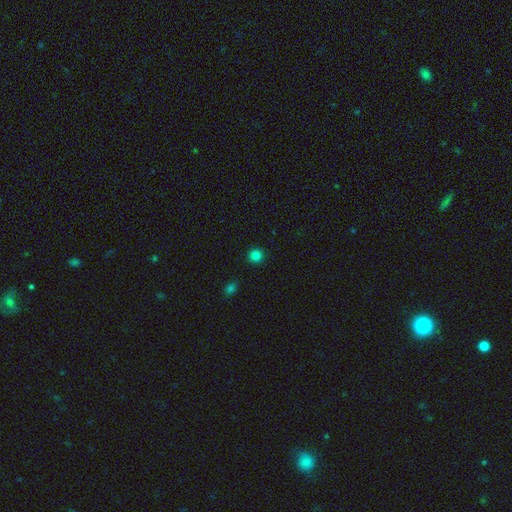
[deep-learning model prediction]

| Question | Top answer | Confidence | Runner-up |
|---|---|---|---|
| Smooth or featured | smooth | 83% | star or artifact (13%) |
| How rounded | round | 94% | in between (5%) |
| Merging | none | 93% | minor disturbance (4%) |